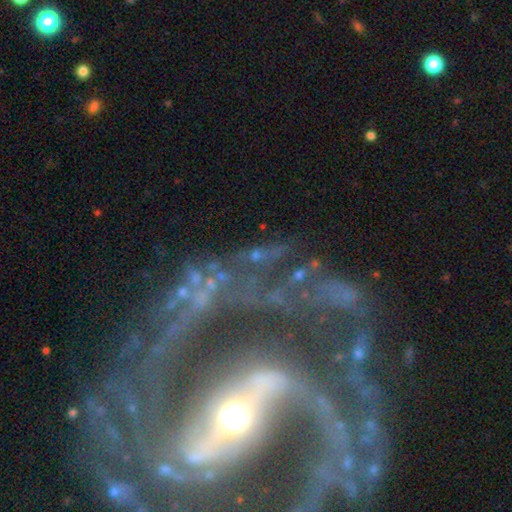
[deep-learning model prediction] Smooth or featured? Predicted: featured or disk (p=0.49). Merging? Predicted: none (p=0.54).